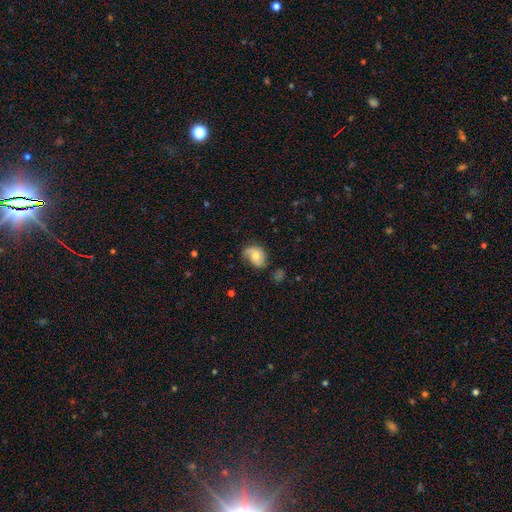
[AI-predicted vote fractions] Q: Smooth or featured?
A: smooth (47%); runner-up: featured or disk (45%)
Q: Merging?
A: none (52%); runner-up: minor disturbance (30%)